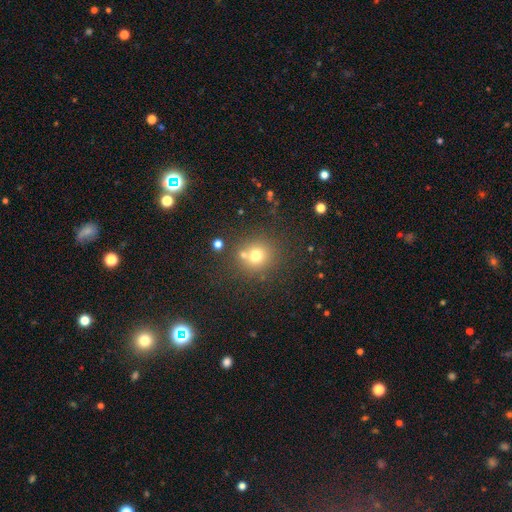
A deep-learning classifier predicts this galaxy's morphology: Smooth or featured: smooth — 71% (star or artifact — 18%)
How rounded: round — 87% (in between — 12%)
Merging: none — 67% (merger — 19%)